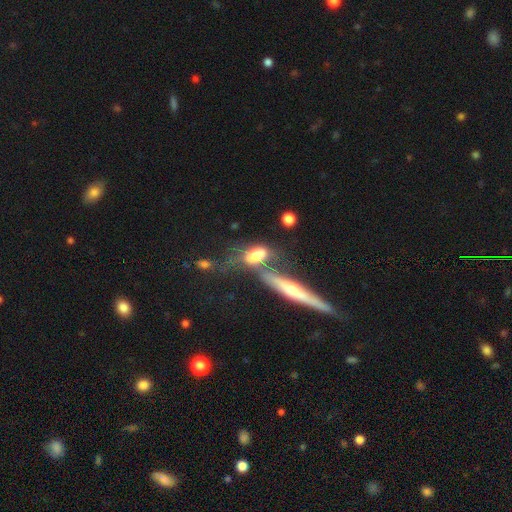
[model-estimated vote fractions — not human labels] Smooth or featured: smooth — 60% (featured or disk — 30%)
How rounded: in between — 71% (cigar-shaped — 22%)
Merging: merger — 39% (none — 34%)